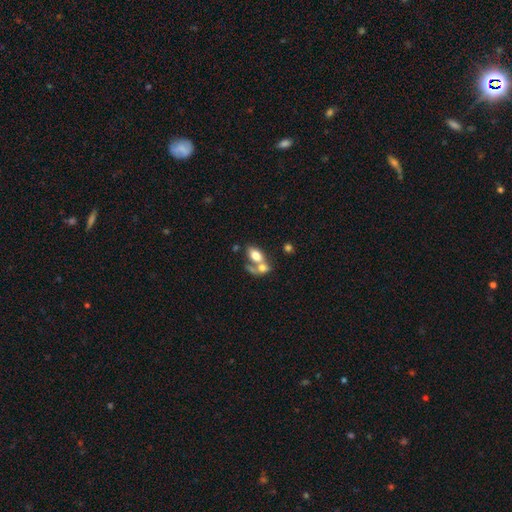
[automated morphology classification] Smooth or featured? Predicted: smooth (p=0.72). How rounded? Predicted: in between (p=0.86). Merging? Predicted: merger (p=0.60).